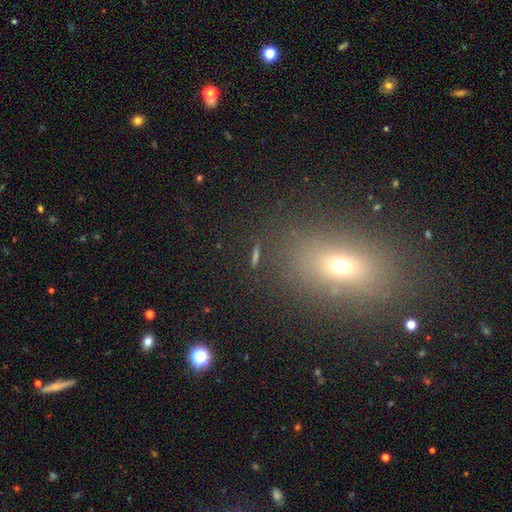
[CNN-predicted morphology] This is possibly a smooth galaxy (46%). Merging: likely none (80%).